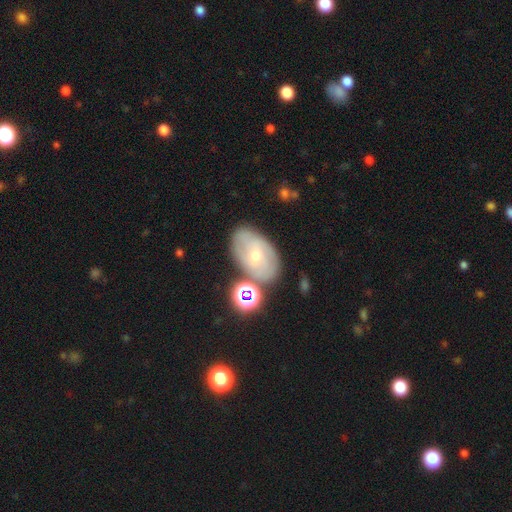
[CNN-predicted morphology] This appears to be a featured or disk galaxy (48%). Merging: none (67%).